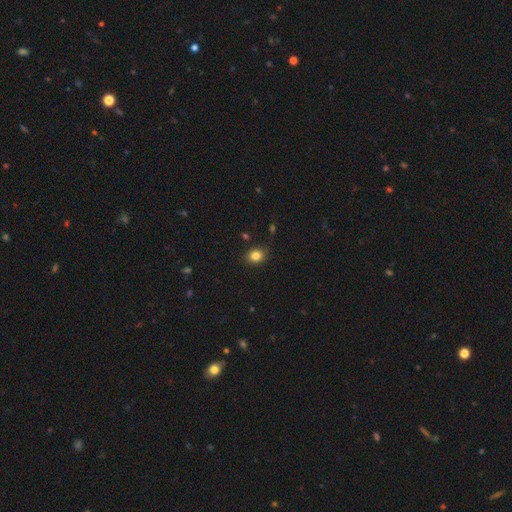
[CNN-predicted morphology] smooth 83%, star or artifact 11%, featured or disk 6%. Down the decision tree: how rounded — round (59%); merging — none (84%).